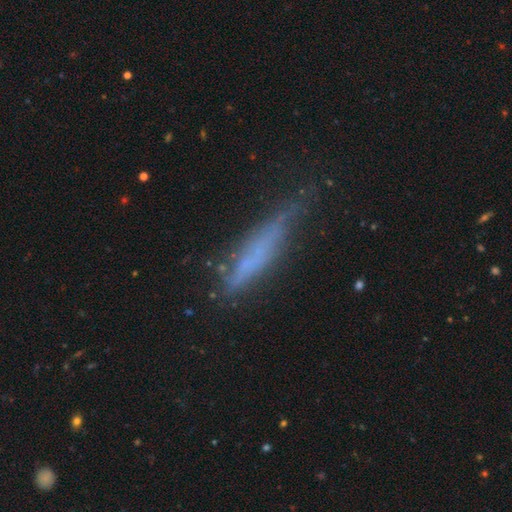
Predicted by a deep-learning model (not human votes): Smooth or featured? smooth (46%)
Merging? none (51%)